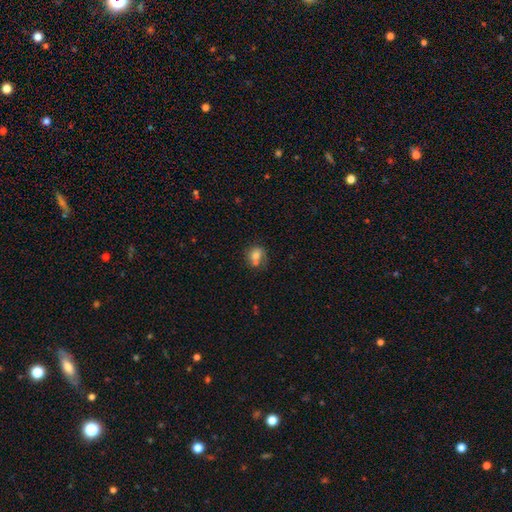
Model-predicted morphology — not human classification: The model was most divided on "merging": none: 43%, merger: 30%, minor disturbance: 18%, major disturbance: 8%. More confident: smooth or featured — smooth (73%); how rounded — round (61%).